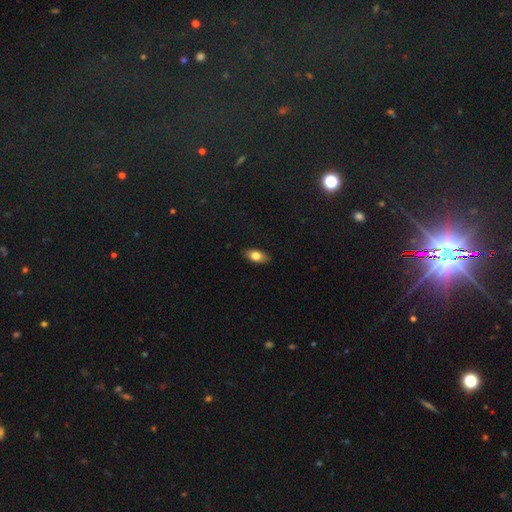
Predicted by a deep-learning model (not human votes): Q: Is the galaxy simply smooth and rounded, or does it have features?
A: smooth — 79%.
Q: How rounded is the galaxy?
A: in between — 89%.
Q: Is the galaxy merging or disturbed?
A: none — 87%.